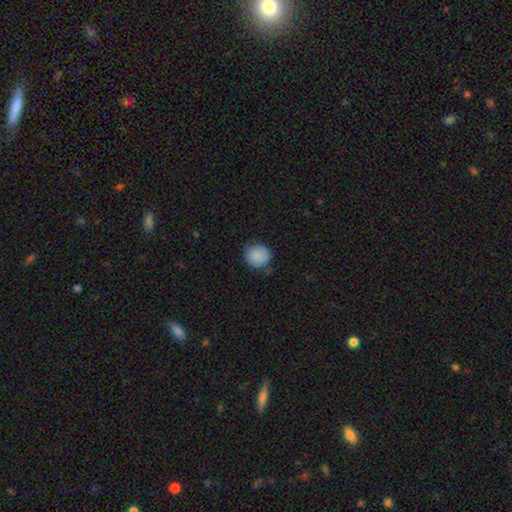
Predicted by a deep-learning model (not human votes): A smooth galaxy with no disk features (87%) that is round (84%).

Vote fractions:
- Smooth or featured? smooth: 87% / star or artifact: 7% / featured or disk: 5%
- How rounded? round: 84% / in between: 16% / cigar-shaped: 1%
- Merging? none: 74% / minor disturbance: 21% / major disturbance: 4% / merger: 2%